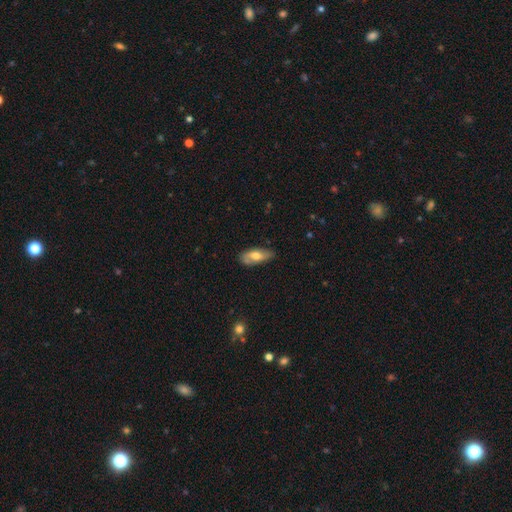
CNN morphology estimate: A smooth galaxy with no disk features (58%) that is in between round and cigar-shaped (80%).

Vote fractions:
- Smooth or featured? smooth: 58% / featured or disk: 36% / star or artifact: 6%
- How rounded? in between: 80% / cigar-shaped: 17% / round: 3%
- Merging? none: 70% / minor disturbance: 24% / major disturbance: 4% / merger: 2%